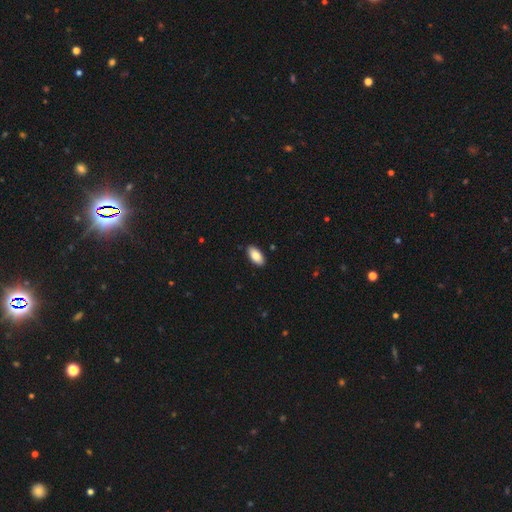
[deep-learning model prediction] Smooth or featured: smooth — 85% (featured or disk — 9%)
How rounded: in between — 93% (cigar-shaped — 5%)
Merging: none — 89% (minor disturbance — 9%)